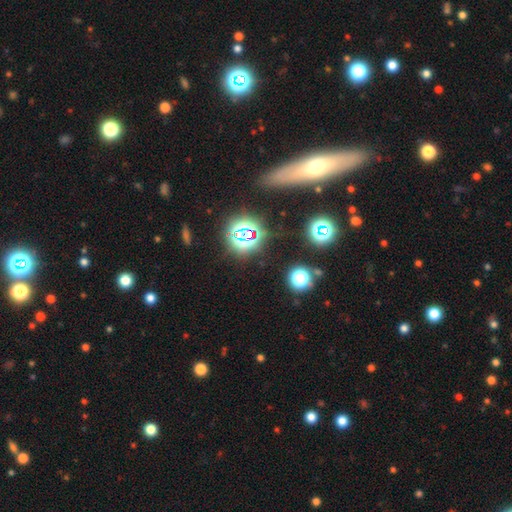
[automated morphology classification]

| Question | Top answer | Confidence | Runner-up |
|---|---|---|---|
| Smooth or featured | featured or disk | 39% | smooth (33%) |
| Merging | none | 86% | minor disturbance (8%) |